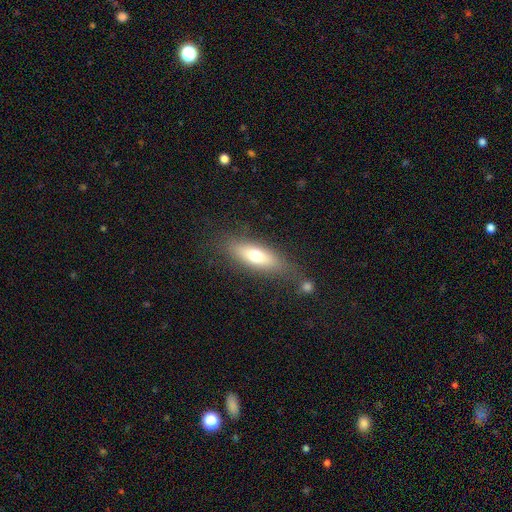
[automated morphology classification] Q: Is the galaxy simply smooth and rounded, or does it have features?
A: smooth — 66%.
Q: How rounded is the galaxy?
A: in between — 59%.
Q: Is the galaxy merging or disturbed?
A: none — 71%.